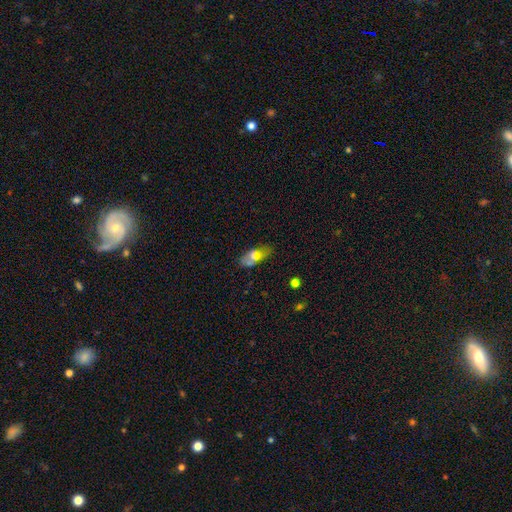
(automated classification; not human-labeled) A smooth galaxy with no disk features (57%) that is in between round and cigar-shaped (80%).

Vote fractions:
- Smooth or featured? smooth: 57% / featured or disk: 34% / star or artifact: 9%
- How rounded? in between: 80% / cigar-shaped: 16% / round: 5%
- Merging? none: 54% / minor disturbance: 23% / merger: 14% / major disturbance: 9%